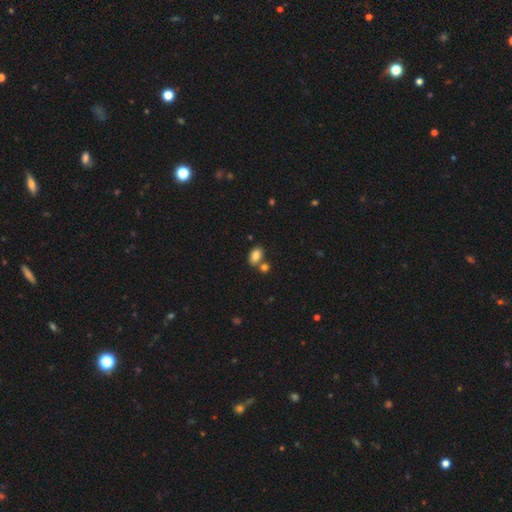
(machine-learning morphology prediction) smooth-or-featured: smooth: 84% | star or artifact: 9% | featured or disk: 7%
  how-rounded: in between: 89% | round: 10% | cigar-shaped: 2%
  merging: none: 64% | merger: 22% | minor disturbance: 11% | major disturbance: 3%